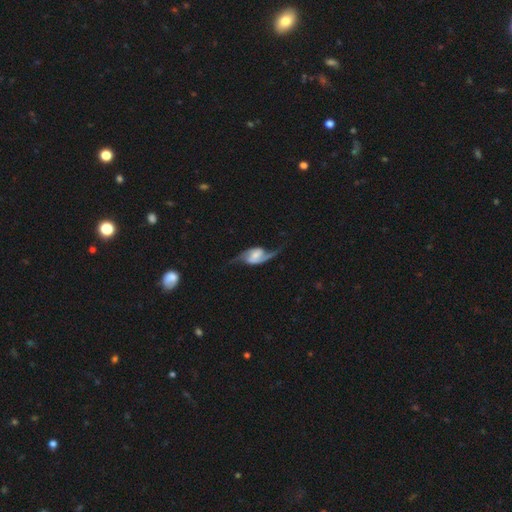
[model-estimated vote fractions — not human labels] Smooth or featured: featured or disk — 87% (smooth — 8%)
Edge-on disk: no — 96% (yes — 4%)
Bar: weak — 42% (no — 31%)
Spiral arms: yes — 96% (no — 4%)
Spiral winding: loose — 64% (medium — 29%)
Spiral arm count: 2 — 92% (1 — 3%)
Bulge size: small — 32% (moderate — 26%)
Merging: none — 70% (minor disturbance — 16%)